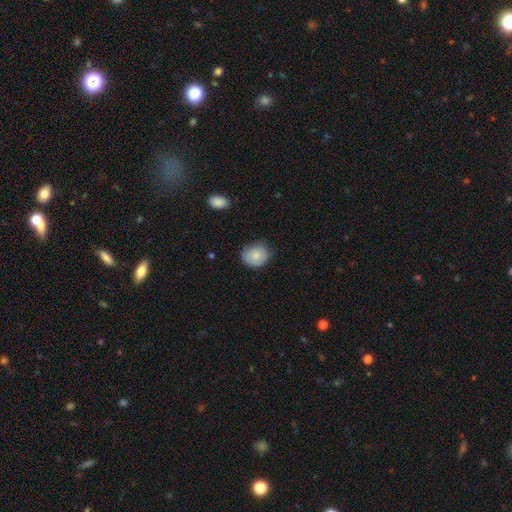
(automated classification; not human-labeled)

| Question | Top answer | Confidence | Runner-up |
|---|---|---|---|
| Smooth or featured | smooth | 81% | featured or disk (12%) |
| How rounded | round | 60% | in between (39%) |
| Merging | none | 70% | minor disturbance (24%) |